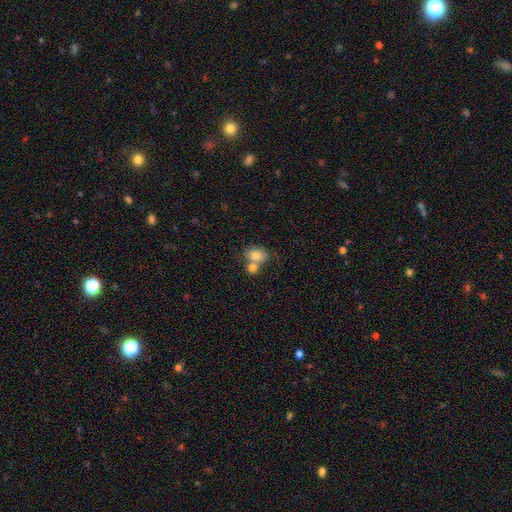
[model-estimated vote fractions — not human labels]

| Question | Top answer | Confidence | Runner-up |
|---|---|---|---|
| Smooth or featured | smooth | 80% | featured or disk (12%) |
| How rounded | in between | 51% | round (48%) |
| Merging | merger | 53% | none (34%) |